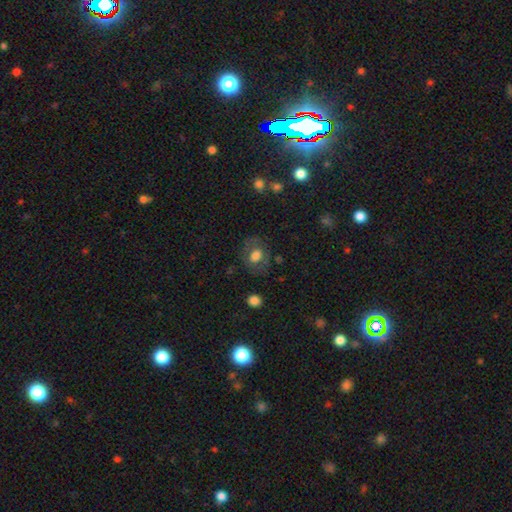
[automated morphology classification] type=smooth (65%); roundness=in between (54%); merging=none (73%).